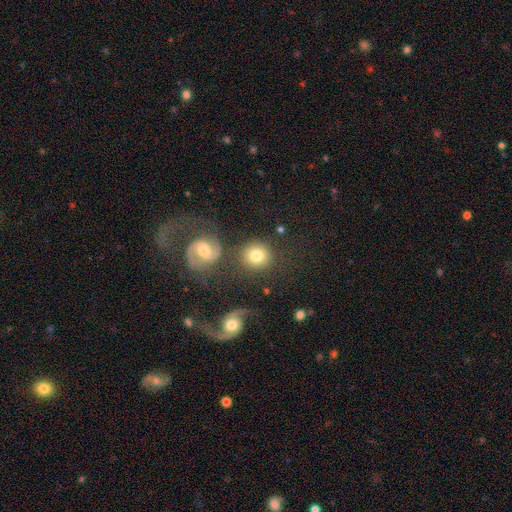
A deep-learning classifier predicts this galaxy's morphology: A smooth galaxy with no disk features (73%) that is round (86%). Merging: none (68%).